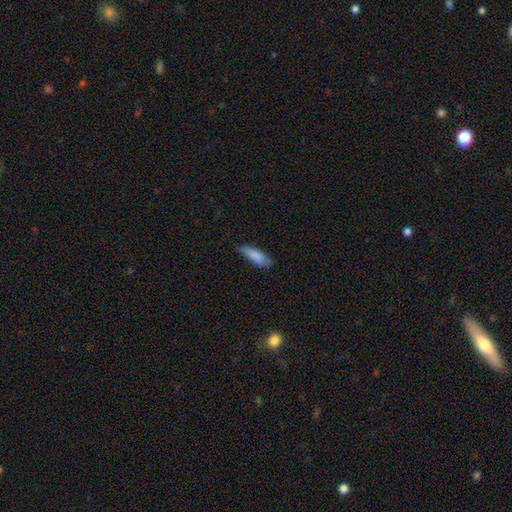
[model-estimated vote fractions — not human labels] This is clearly a smooth galaxy (85%). How rounded: possibly in between (51%). Merging: likely none (68%).